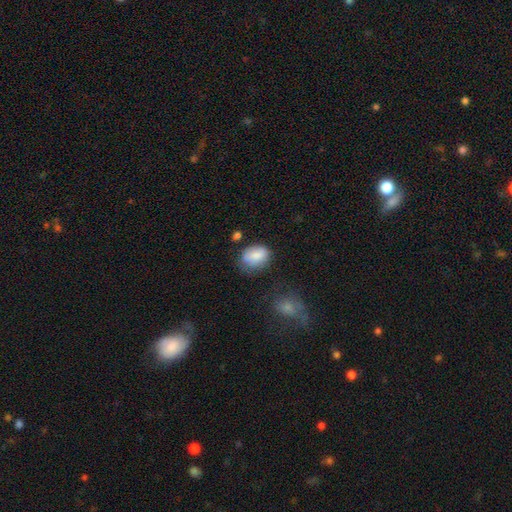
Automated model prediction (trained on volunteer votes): A smooth galaxy with no disk features (85%) that is in between round and cigar-shaped (70%). Merging: none (61%).